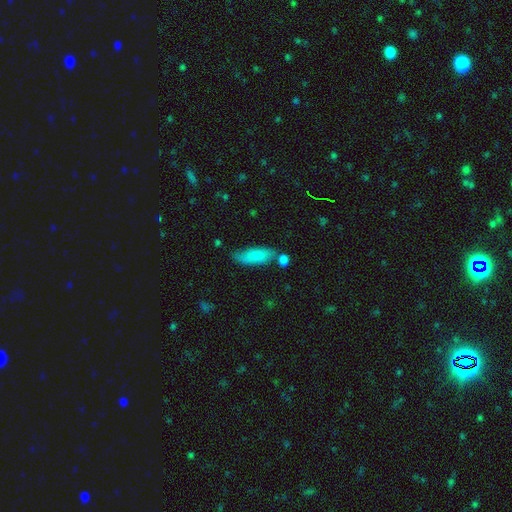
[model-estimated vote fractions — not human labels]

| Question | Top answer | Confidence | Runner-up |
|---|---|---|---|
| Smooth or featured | smooth | 81% | featured or disk (12%) |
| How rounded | in between | 64% | cigar-shaped (34%) |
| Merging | none | 63% | minor disturbance (21%) |